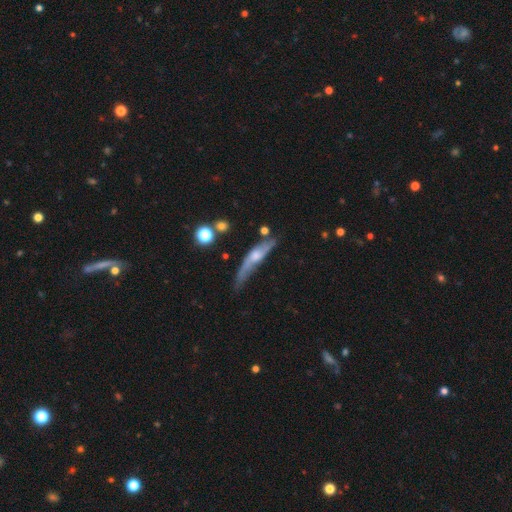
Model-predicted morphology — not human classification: Smooth or featured? Predicted: featured or disk (p=0.57). Edge-on disk? Predicted: yes (p=0.72). Merging? Predicted: none (p=0.43).